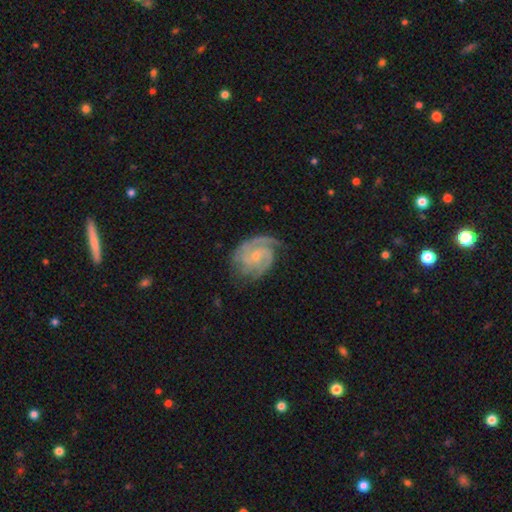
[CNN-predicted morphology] Overall: featured or disk (88%). Edge-on disk: no (98%). Bar: no (65%; weak 30%). Spiral arms: yes (97%). Spiral arm count: 2 (45%; 3 25%). Spiral winding: tight (62%; medium 32%). Bulge size: small (67%). Merging: none (69%).